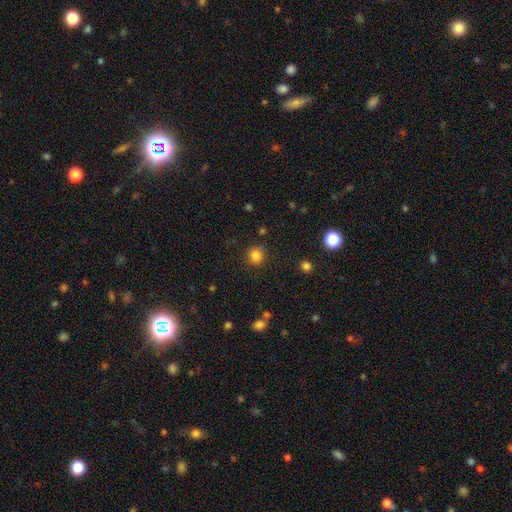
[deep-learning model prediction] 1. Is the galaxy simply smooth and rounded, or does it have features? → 83% smooth, 12% star or artifact, 4% featured or disk.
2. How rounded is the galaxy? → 89% round, 10% in between, 1% cigar-shaped.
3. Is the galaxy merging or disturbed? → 88% none, 8% minor disturbance, 3% major disturbance, 2% merger.